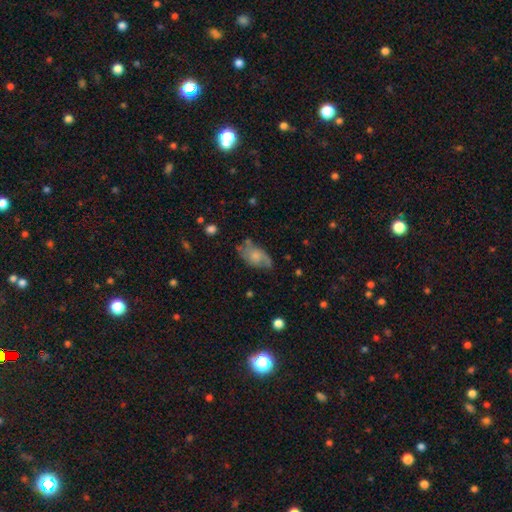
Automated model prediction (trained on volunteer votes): The model was most divided on "smooth or featured": featured or disk: 47%, smooth: 46%, star or artifact: 8%. More confident: merging — none (52%).